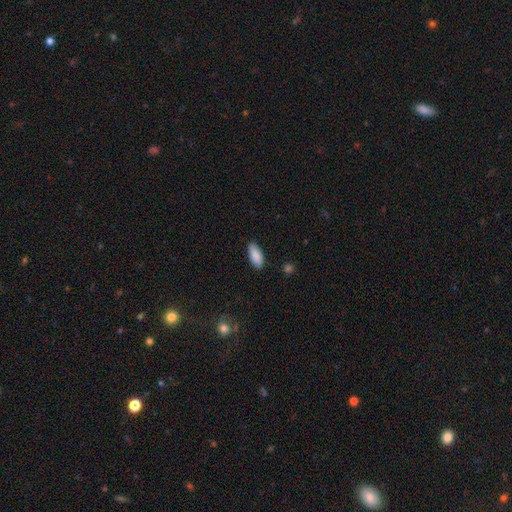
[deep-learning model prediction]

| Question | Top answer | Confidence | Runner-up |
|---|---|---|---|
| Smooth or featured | smooth | 88% | star or artifact (6%) |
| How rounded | in between | 84% | cigar-shaped (14%) |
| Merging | none | 85% | minor disturbance (12%) |